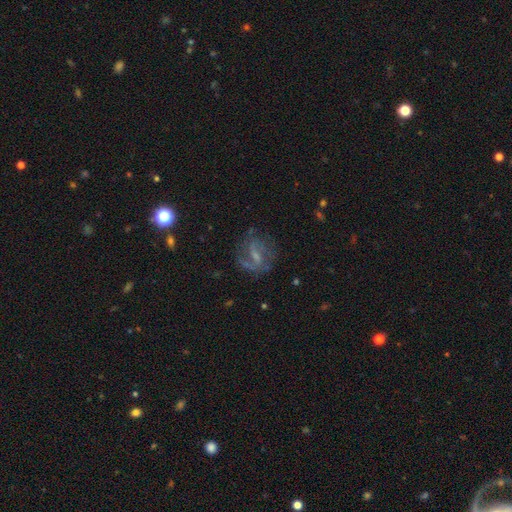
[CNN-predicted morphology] A featured or disk galaxy (68%) with a weak bar (51%), 2 (60%) medium (47%) spiral arms (83%) and a small central bulge (45%). Merging: none (63%).